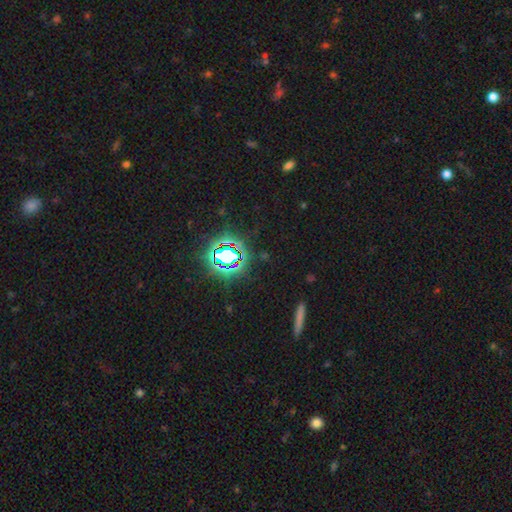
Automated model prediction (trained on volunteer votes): Smooth or featured? star or artifact (74%)